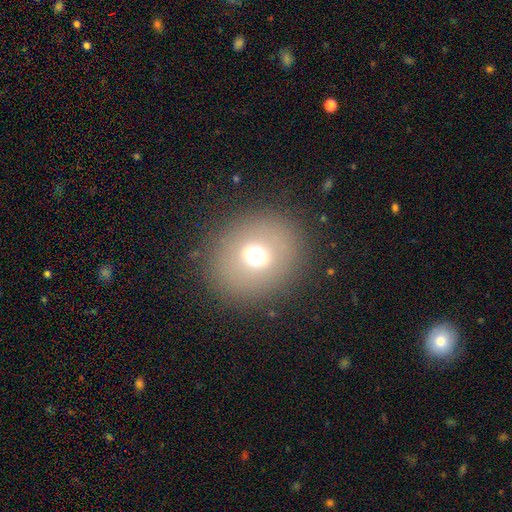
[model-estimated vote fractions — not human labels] smooth_or_featured: smooth (p=0.65) [alt: star or artifact p=0.20]
how_rounded: round (p=0.82) [alt: in between p=0.17]
merging: none (p=0.86) [alt: minor disturbance p=0.07]